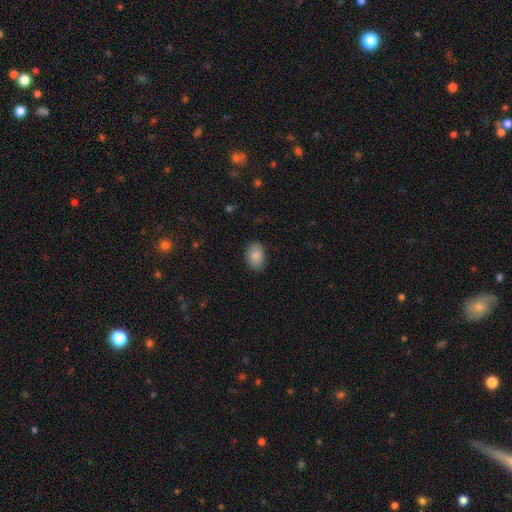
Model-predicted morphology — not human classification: Smooth or featured? Predicted: smooth (p=0.86). How rounded? Predicted: in between (p=0.82). Merging? Predicted: none (p=0.86).